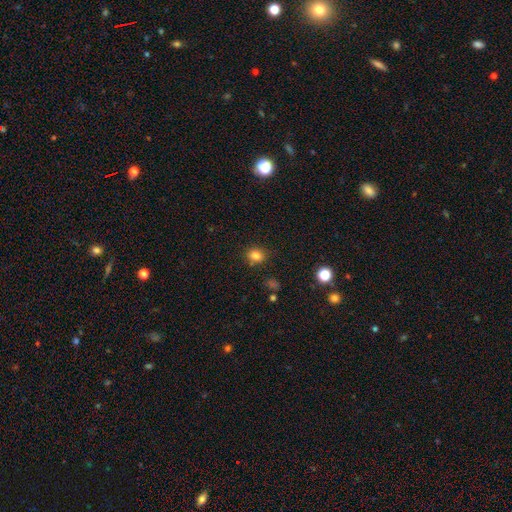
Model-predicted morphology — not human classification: The model was most divided on "how rounded": round: 61%, in between: 38%, cigar-shaped: 1%. More confident: merging — none (82%); smooth or featured — smooth (81%).